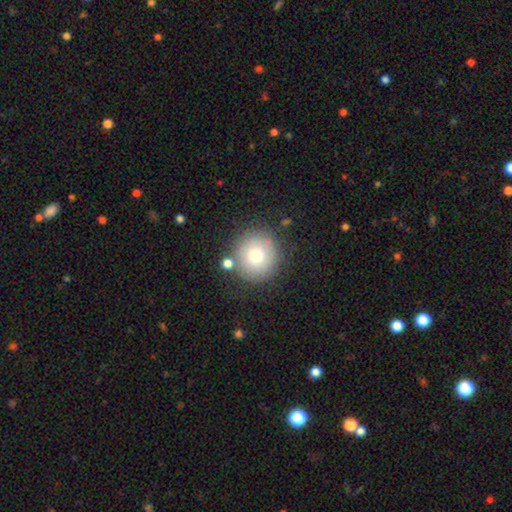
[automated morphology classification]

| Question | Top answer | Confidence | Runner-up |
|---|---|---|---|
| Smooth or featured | smooth | 76% | featured or disk (15%) |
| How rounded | round | 94% | in between (5%) |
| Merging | none | 79% | minor disturbance (11%) |